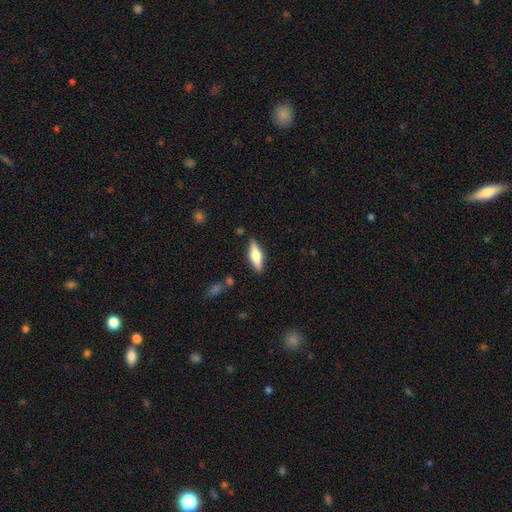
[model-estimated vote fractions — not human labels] This is possibly a smooth galaxy (47%). Merging: clearly none (86%).